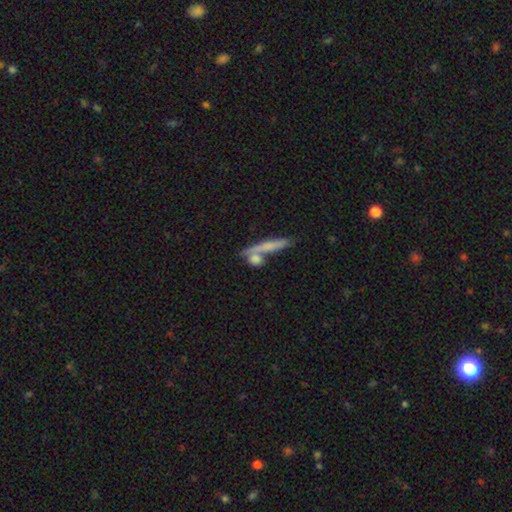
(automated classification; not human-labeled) Morphology: type=smooth (70%); roundness=cigar-shaped (51%); merging=none (48%).